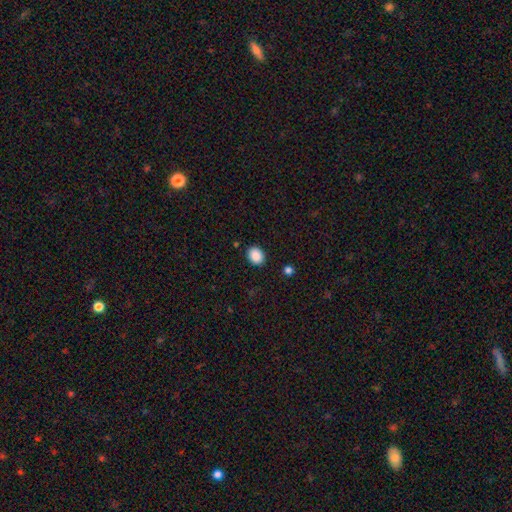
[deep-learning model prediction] Q: Smooth or featured?
A: smooth (89%); runner-up: star or artifact (8%)
Q: How rounded?
A: in between (54%); runner-up: round (45%)
Q: Merging?
A: none (88%); runner-up: minor disturbance (8%)